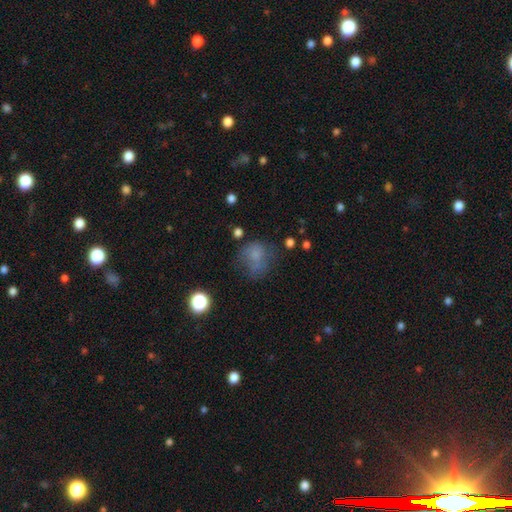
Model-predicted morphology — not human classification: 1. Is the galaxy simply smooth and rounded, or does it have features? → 67% smooth, 17% star or artifact, 17% featured or disk.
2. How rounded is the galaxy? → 69% round, 30% in between, 1% cigar-shaped.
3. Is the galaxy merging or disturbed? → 46% none, 25% minor disturbance, 23% major disturbance, 5% merger.